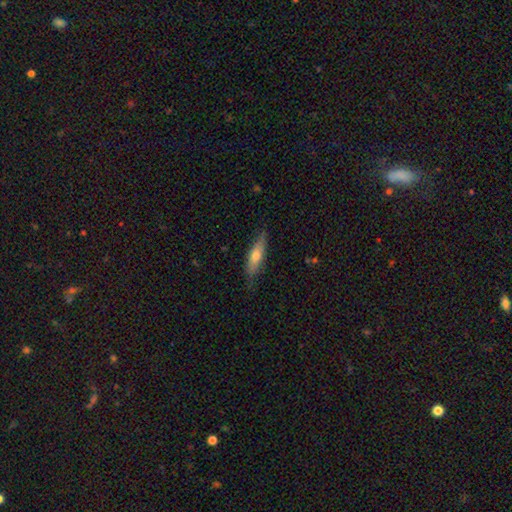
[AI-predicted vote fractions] A smooth galaxy with no disk features (60%) that is cigar-shaped (60%).

Vote fractions:
- Smooth or featured? smooth: 60% / featured or disk: 34% / star or artifact: 6%
- How rounded? cigar-shaped: 60% / in between: 38% / round: 2%
- Merging? none: 74% / minor disturbance: 21% / major disturbance: 4% / merger: 1%